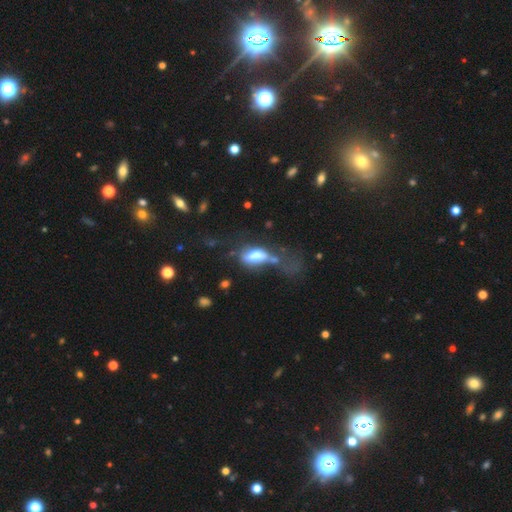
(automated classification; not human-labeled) A smooth galaxy with no disk features (56%) that is in between round and cigar-shaped (79%).

Vote fractions:
- Smooth or featured? smooth: 56% / featured or disk: 32% / star or artifact: 12%
- How rounded? in between: 79% / cigar-shaped: 16% / round: 5%
- Merging? major disturbance: 50% / merger: 24% / none: 14% / minor disturbance: 12%